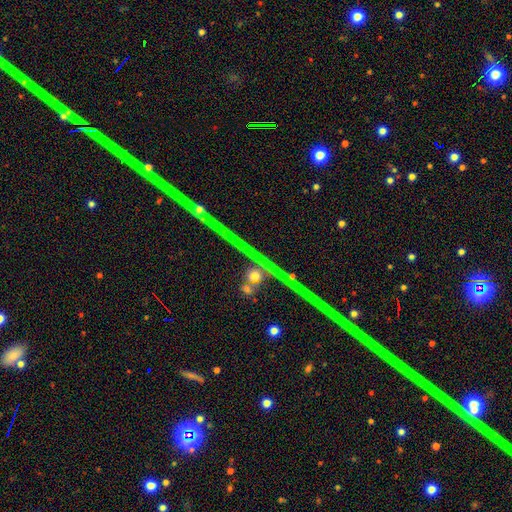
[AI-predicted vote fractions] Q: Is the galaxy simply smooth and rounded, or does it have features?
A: star or artifact — 83%.